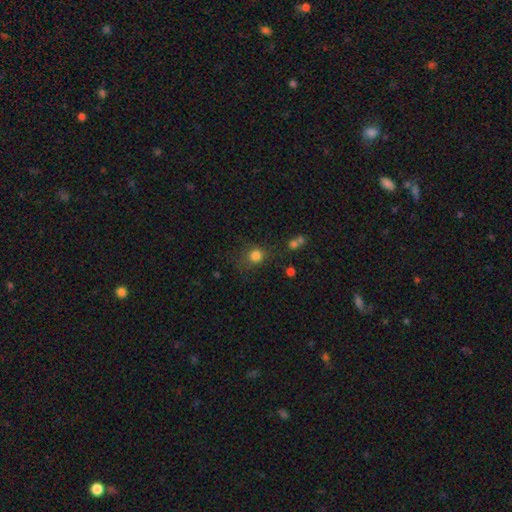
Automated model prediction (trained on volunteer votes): This is clearly a smooth galaxy (81%). How rounded: clearly round (84%). Merging: likely none (73%).